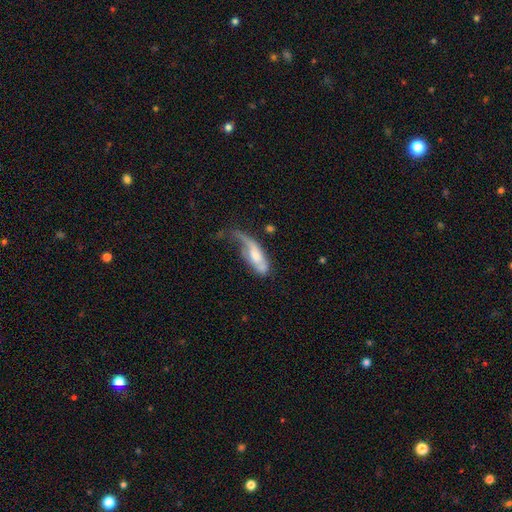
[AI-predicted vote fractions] This appears to be a smooth galaxy with no disk features (48%). Merging: major disturbance (44%).